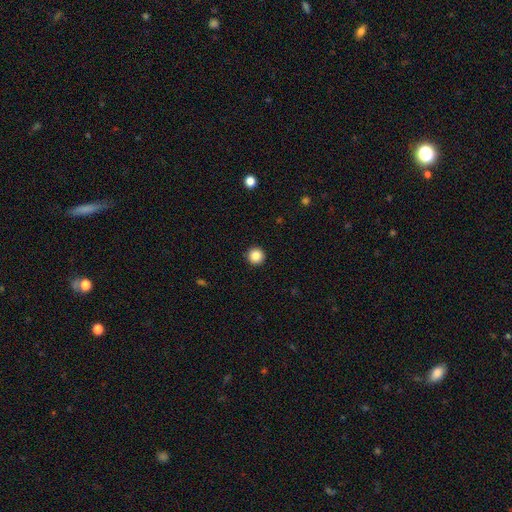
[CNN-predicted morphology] A smooth galaxy with no disk features (86%) that is round (97%).

Vote fractions:
- Smooth or featured? smooth: 86% / star or artifact: 10% / featured or disk: 4%
- How rounded? round: 97% / in between: 2% / cigar-shaped: 1%
- Merging? none: 94% / minor disturbance: 4% / major disturbance: 1% / merger: 1%